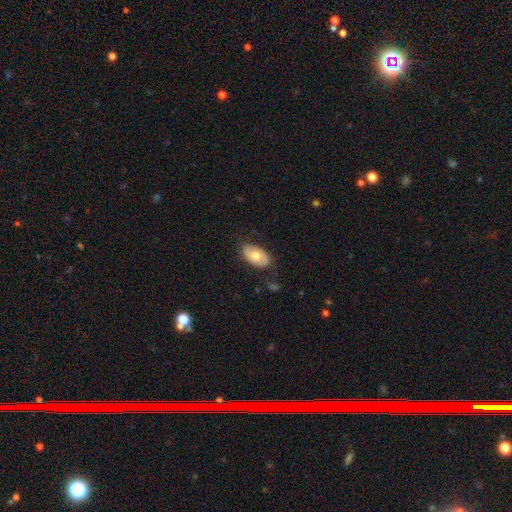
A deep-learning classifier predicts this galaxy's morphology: smooth 65%, featured or disk 29%, star or artifact 6%. Down the decision tree: how rounded — in between (94%); merging — none (78%).